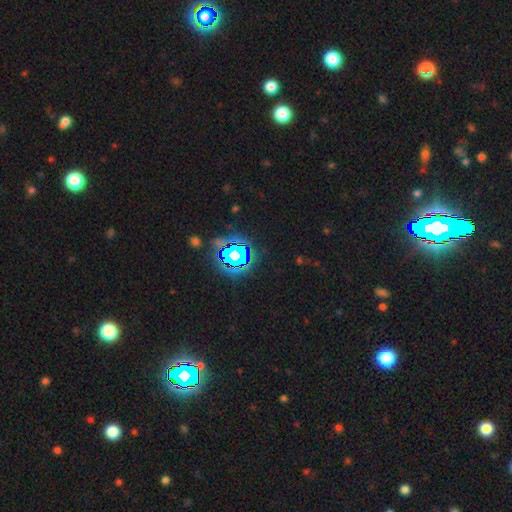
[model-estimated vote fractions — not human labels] smooth-or-featured: star or artifact: 83% | smooth: 10% | featured or disk: 7%